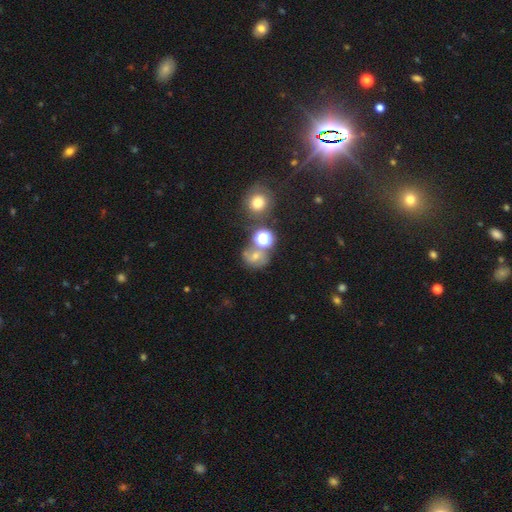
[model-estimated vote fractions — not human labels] Smooth or featured? smooth (40%)
Merging? none (54%)